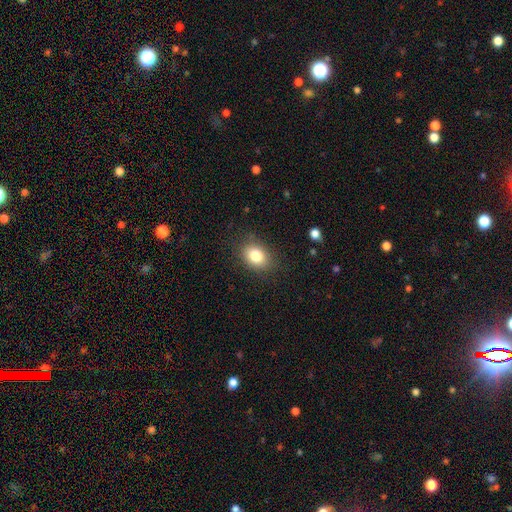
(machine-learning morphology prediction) smooth-or-featured: smooth: 83% | star or artifact: 10% | featured or disk: 8%
  how-rounded: in between: 67% | round: 32% | cigar-shaped: 1%
  merging: none: 84% | minor disturbance: 11% | major disturbance: 3% | merger: 1%